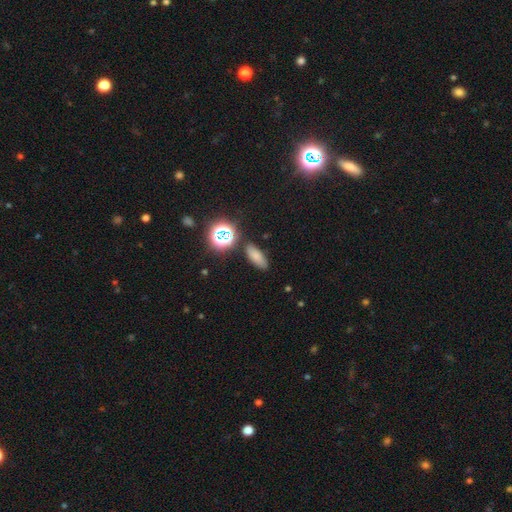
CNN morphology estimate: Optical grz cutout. It shows a smooth galaxy with no disk features (72%) that is in between round and cigar-shaped (70%). Merging: none (83%).